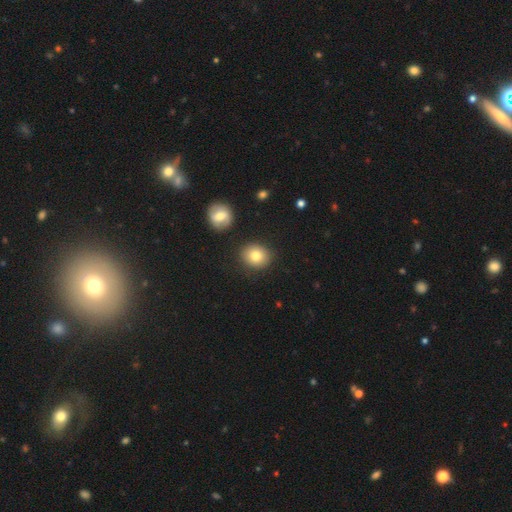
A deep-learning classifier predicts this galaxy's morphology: smooth_or_featured: smooth (p=0.81) [alt: featured or disk p=0.10]
how_rounded: round (p=0.71) [alt: in between p=0.28]
merging: none (p=0.86) [alt: minor disturbance p=0.08]